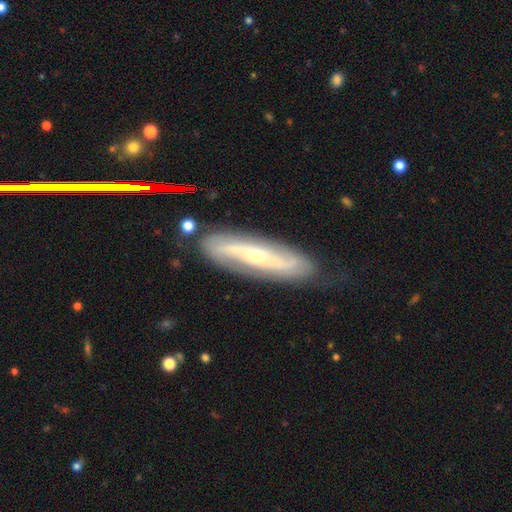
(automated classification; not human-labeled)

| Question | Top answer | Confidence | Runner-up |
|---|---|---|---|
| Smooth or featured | featured or disk | 77% | smooth (17%) |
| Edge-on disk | no | 73% | yes (27%) |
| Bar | no | 57% | weak (24%) |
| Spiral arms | yes | 81% | no (19%) |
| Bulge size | small | 53% | moderate (44%) |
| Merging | none | 75% | minor disturbance (17%) |